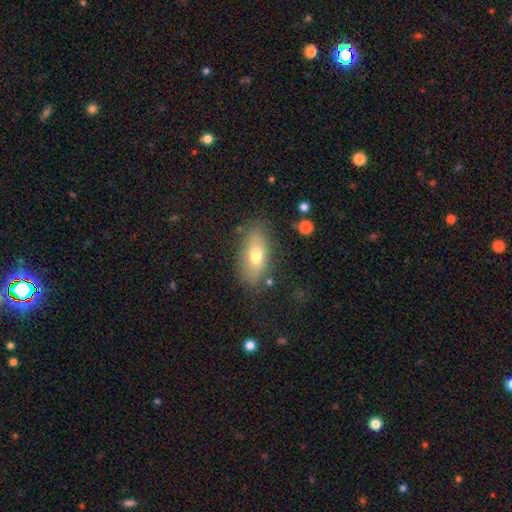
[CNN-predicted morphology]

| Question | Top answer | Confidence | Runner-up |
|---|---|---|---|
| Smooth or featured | smooth | 68% | featured or disk (23%) |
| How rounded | in between | 85% | cigar-shaped (9%) |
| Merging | none | 77% | minor disturbance (15%) |